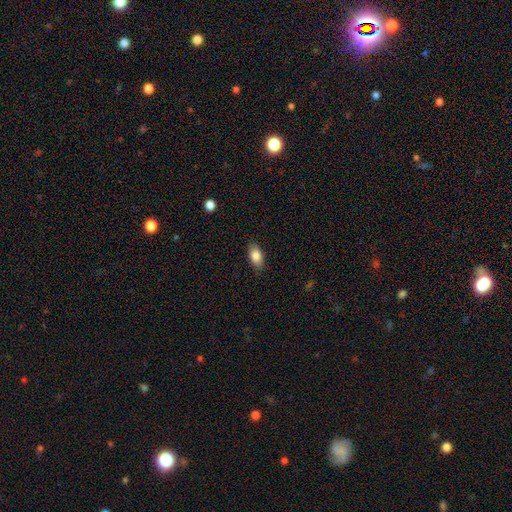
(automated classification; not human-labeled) Smooth or featured: smooth — 84% (featured or disk — 9%)
How rounded: in between — 90% (round — 5%)
Merging: none — 87% (minor disturbance — 10%)